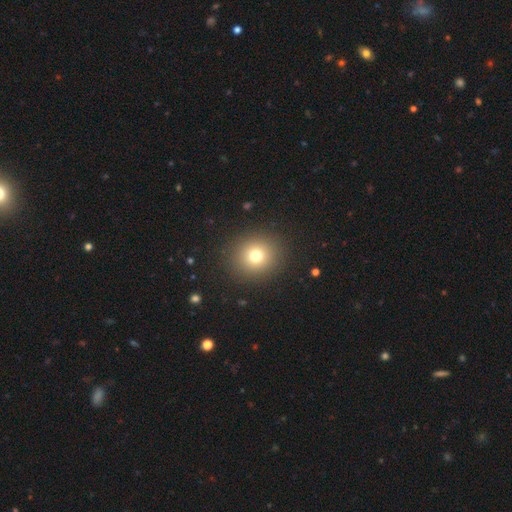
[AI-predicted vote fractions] smooth-or-featured: smooth: 75% | star or artifact: 15% | featured or disk: 10%
  how-rounded: round: 89% | in between: 10% | cigar-shaped: 1%
  merging: none: 90% | minor disturbance: 6% | major disturbance: 3% | merger: 1%